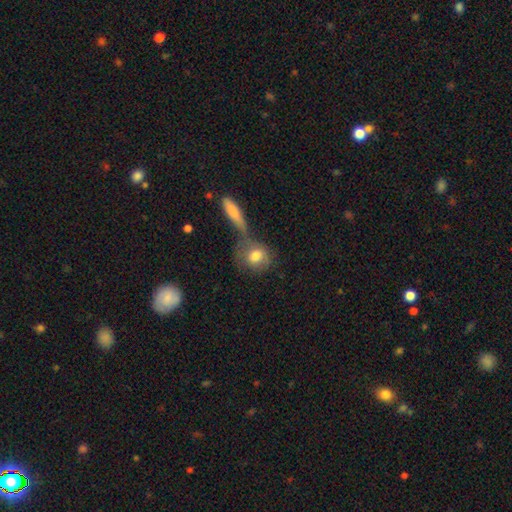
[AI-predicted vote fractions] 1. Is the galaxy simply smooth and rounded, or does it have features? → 76% smooth, 16% featured or disk, 8% star or artifact.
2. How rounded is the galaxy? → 65% round, 29% in between, 5% cigar-shaped.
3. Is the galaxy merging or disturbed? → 45% none, 36% merger, 12% minor disturbance, 7% major disturbance.